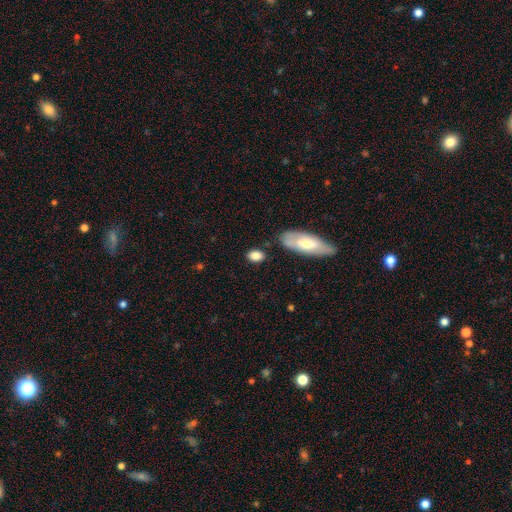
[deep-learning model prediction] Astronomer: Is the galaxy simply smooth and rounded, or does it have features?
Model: smooth — 82%.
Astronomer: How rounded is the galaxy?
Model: in between — 78%.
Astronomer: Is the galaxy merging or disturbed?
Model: none — 76%.